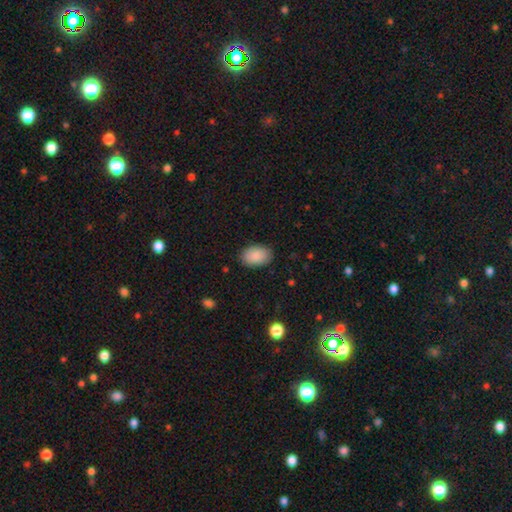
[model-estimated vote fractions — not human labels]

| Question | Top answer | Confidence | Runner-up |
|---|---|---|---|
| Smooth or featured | smooth | 88% | star or artifact (7%) |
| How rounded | in between | 88% | round (11%) |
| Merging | none | 87% | minor disturbance (10%) |